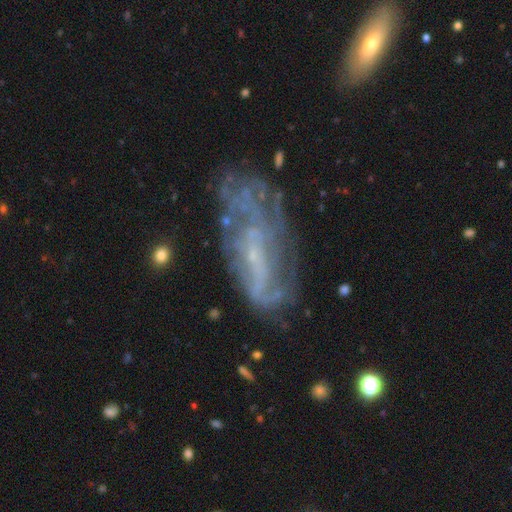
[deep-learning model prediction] featured or disk 73%, smooth 16%, star or artifact 11%. Down the decision tree: edge-on disk — no (89%); bar — no (53%); spiral arms — yes (64%); bulge size — small (63%); merging — none (51%).